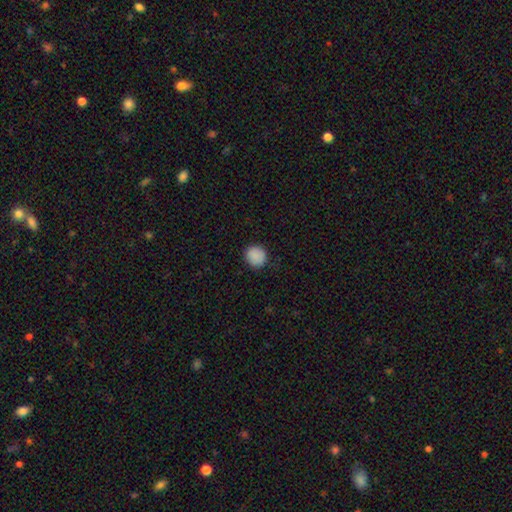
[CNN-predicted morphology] smooth-or-featured: smooth: 88% | star or artifact: 8% | featured or disk: 3%
  how-rounded: round: 88% | in between: 11% | cigar-shaped: 1%
  merging: none: 87% | minor disturbance: 10% | major disturbance: 2% | merger: 1%